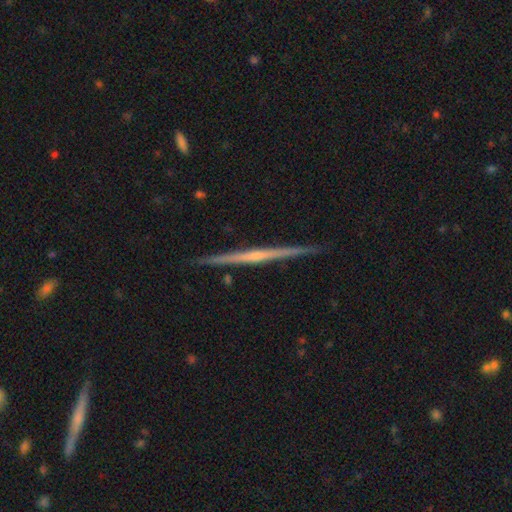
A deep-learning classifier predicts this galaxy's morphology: A featured or disk galaxy (81%) viewed edge-on (99%) with a rounded central bulge (50%). Merging: none (92%).